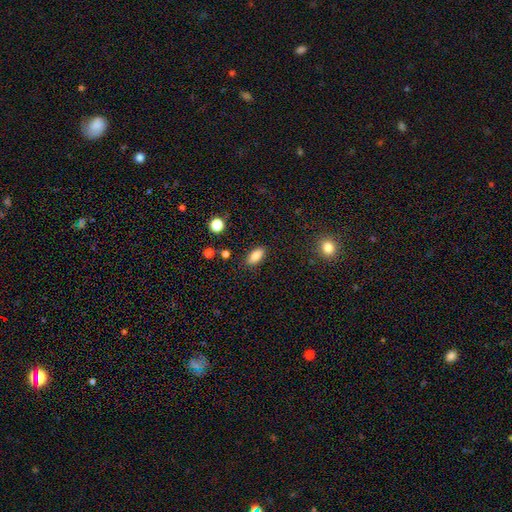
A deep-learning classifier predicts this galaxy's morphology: The model was most divided on "smooth or featured": smooth: 85%, star or artifact: 9%, featured or disk: 7%. More confident: how rounded — in between (86%); merging — none (86%).